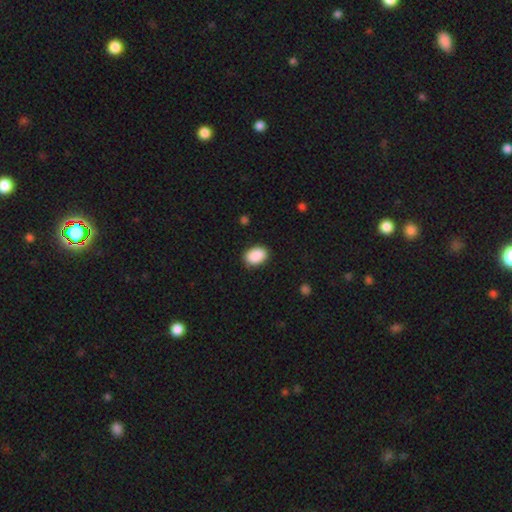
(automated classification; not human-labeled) Morphology: type=smooth (90%); roundness=in between (80%); merging=none (88%).